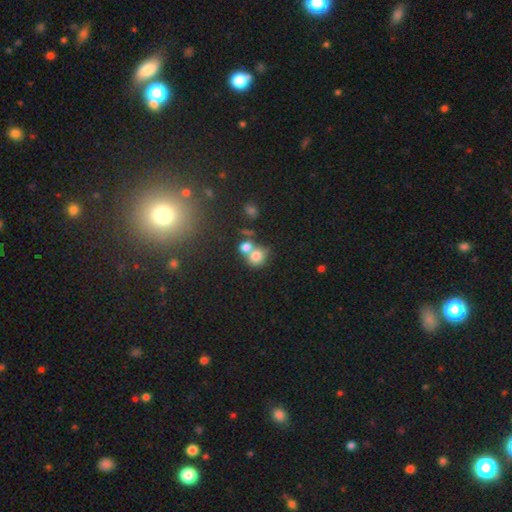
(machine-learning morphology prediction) type=smooth (74%); roundness=round (71%); merging=merger (52%).